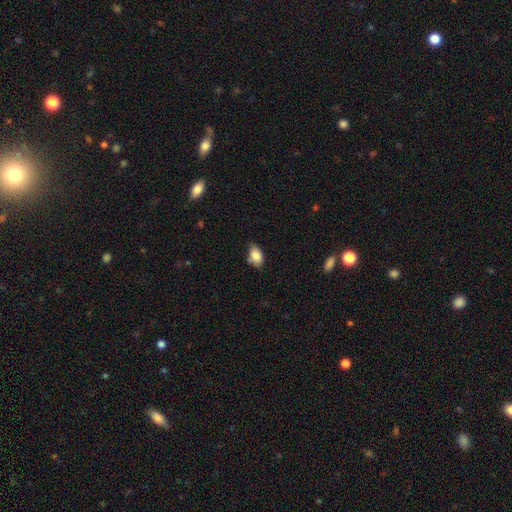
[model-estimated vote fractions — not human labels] Smooth or featured? Predicted: smooth (p=0.85). How rounded? Predicted: in between (p=0.90). Merging? Predicted: none (p=0.71).